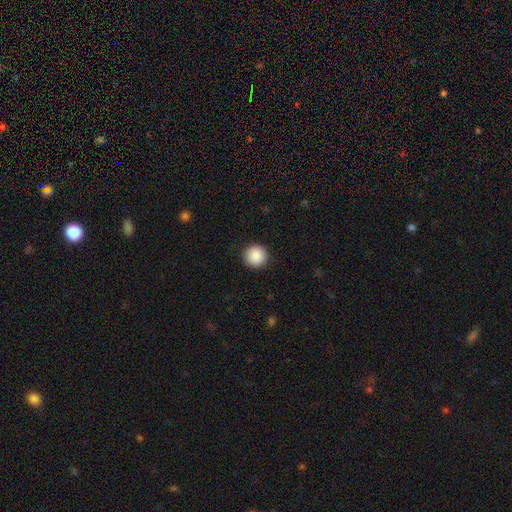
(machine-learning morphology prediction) This appears to be a smooth galaxy with no disk features (89%) that is round (95%). Merging: none (92%).